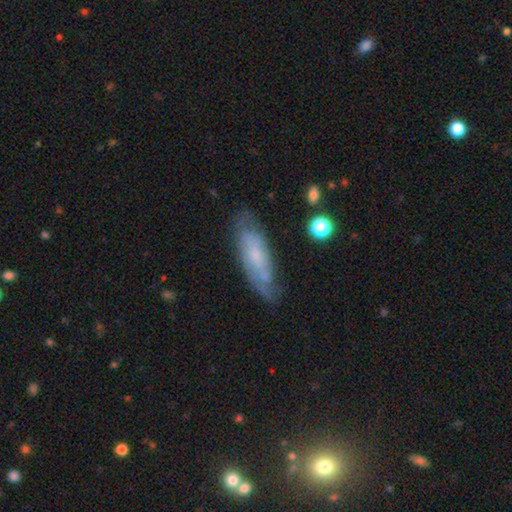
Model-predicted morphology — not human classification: smooth-or-featured: featured or disk: 55% | smooth: 37% | star or artifact: 7%
  disk-edge-on: no: 76% | yes: 24%
  merging: none: 66% | minor disturbance: 23% | major disturbance: 8% | merger: 2%